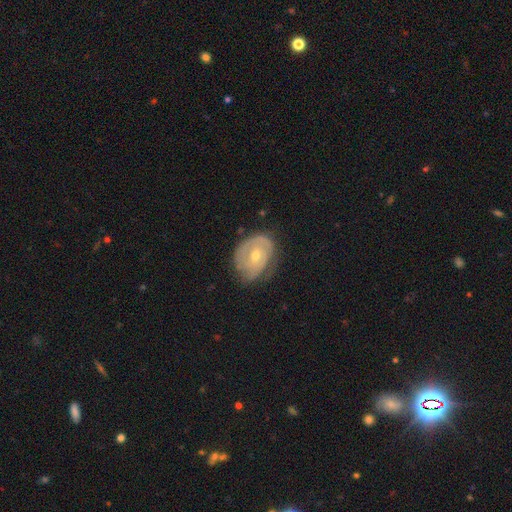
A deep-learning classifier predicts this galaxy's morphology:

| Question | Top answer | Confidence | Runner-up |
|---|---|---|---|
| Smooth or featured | featured or disk | 71% | smooth (22%) |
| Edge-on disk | no | 96% | yes (4%) |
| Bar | no | 74% | weak (21%) |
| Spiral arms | yes | 77% | no (23%) |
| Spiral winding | tight | 68% | medium (23%) |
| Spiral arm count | can't tell | 40% | 2 (34%) |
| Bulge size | moderate | 53% | small (44%) |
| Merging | none | 63% | minor disturbance (26%) |